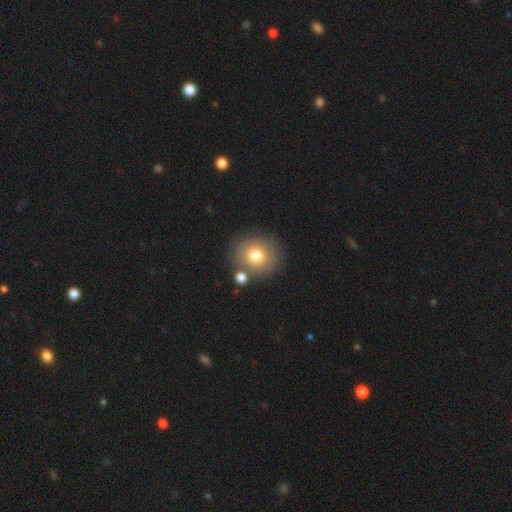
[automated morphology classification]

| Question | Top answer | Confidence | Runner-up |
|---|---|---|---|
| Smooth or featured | smooth | 74% | featured or disk (15%) |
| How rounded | round | 85% | in between (14%) |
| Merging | none | 77% | merger (10%) |